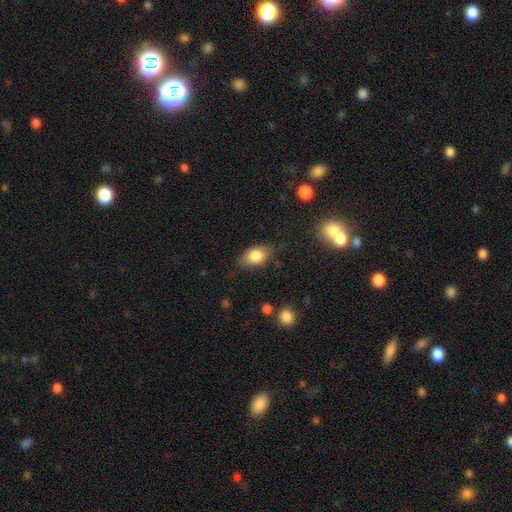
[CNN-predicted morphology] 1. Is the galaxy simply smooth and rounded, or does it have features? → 80% smooth, 12% featured or disk, 8% star or artifact.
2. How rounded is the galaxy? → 85% in between, 12% round, 3% cigar-shaped.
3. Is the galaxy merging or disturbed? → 71% none, 22% minor disturbance, 6% major disturbance, 2% merger.